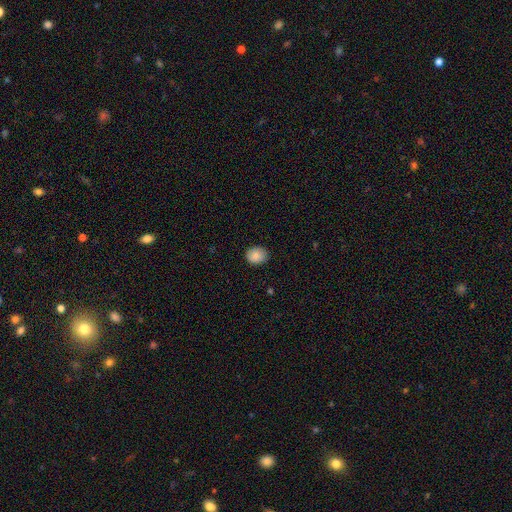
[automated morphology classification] Smooth or featured?
  - smooth: 87% *
  - star or artifact: 8%
  - featured or disk: 5%
How rounded?
  - round: 67% *
  - in between: 32%
  - cigar-shaped: 1%
Merging?
  - none: 85% *
  - minor disturbance: 12%
  - major disturbance: 2%
  - merger: 1%